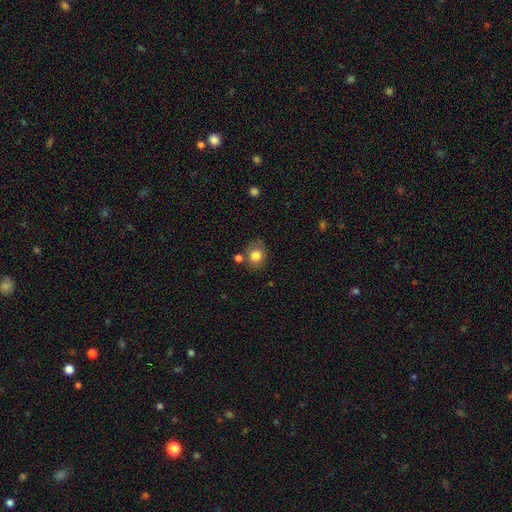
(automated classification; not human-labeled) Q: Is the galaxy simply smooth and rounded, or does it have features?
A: smooth — 79%.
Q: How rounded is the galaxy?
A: round — 61%.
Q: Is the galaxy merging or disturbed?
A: none — 71%.